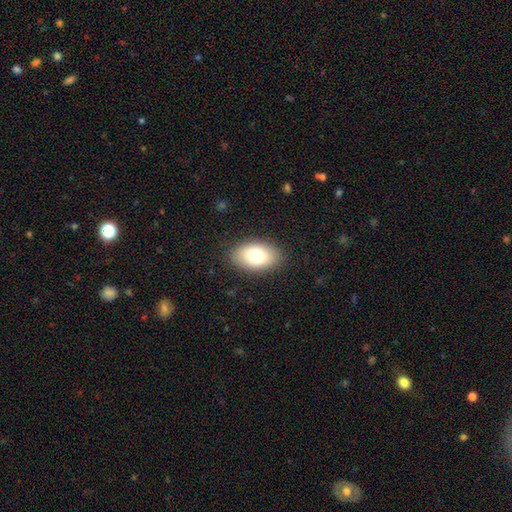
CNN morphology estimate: This appears to be a smooth galaxy with no disk features (77%) that is in between round and cigar-shaped (91%). Merging: none (86%).